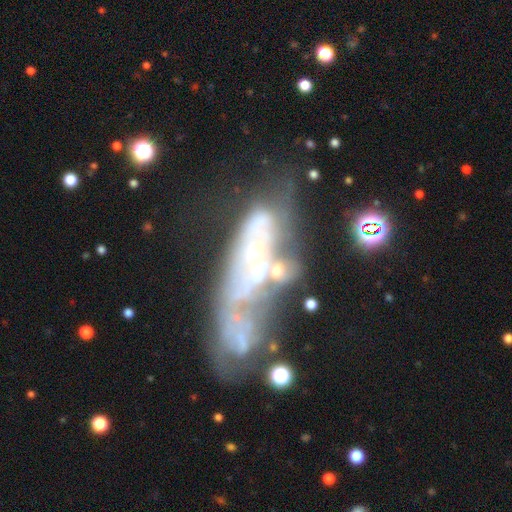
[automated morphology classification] Overall: featured or disk (65%). Edge-on disk: no (83%). Bar: no (82%). Spiral arms: no (68%; yes 32%). Bulge size: small (53%; moderate 22%). Merging: merger (40%; major disturbance 28%).